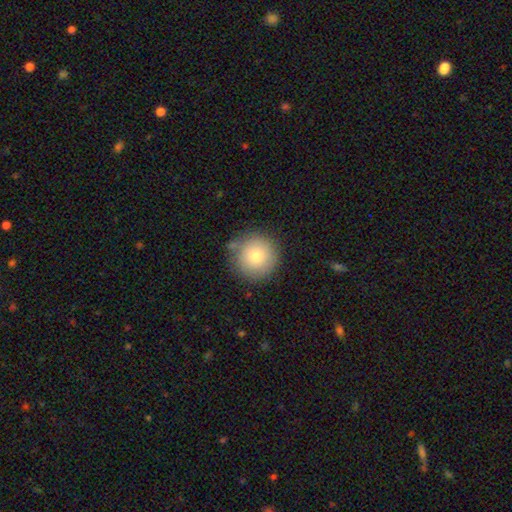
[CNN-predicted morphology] smooth 79%, featured or disk 12%, star or artifact 9%. Down the decision tree: how rounded — round (96%); merging — none (84%).